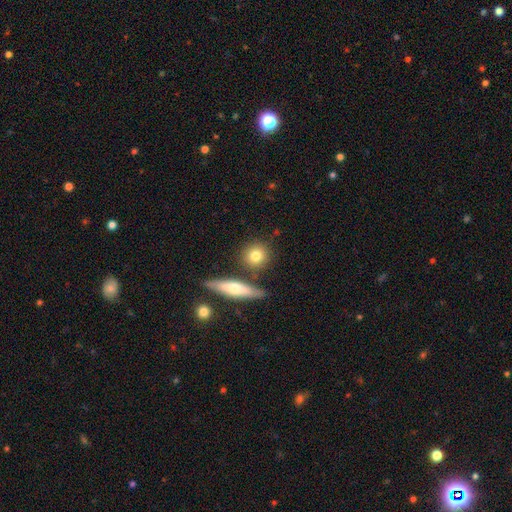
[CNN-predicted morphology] smooth 78%, featured or disk 14%, star or artifact 8%. Down the decision tree: how rounded — round (80%); merging — none (79%).